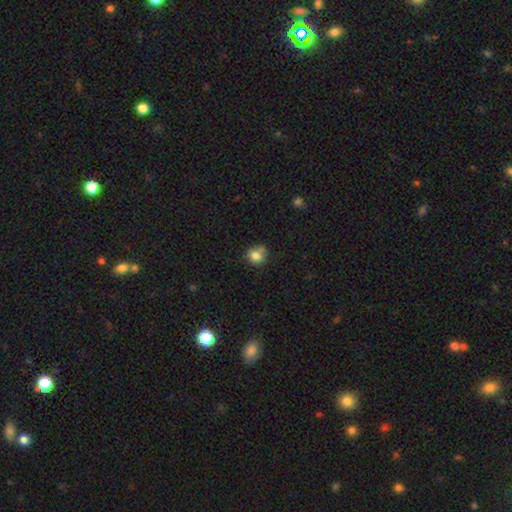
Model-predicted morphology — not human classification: Overall: smooth (82%). How rounded: round (81%). Merging: none (57%; minor disturbance 22%).